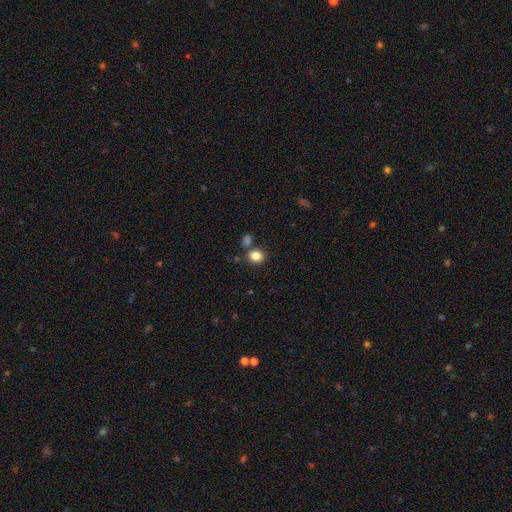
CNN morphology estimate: Overall: smooth (84%). How rounded: round (67%; in between 32%). Merging: none (73%).